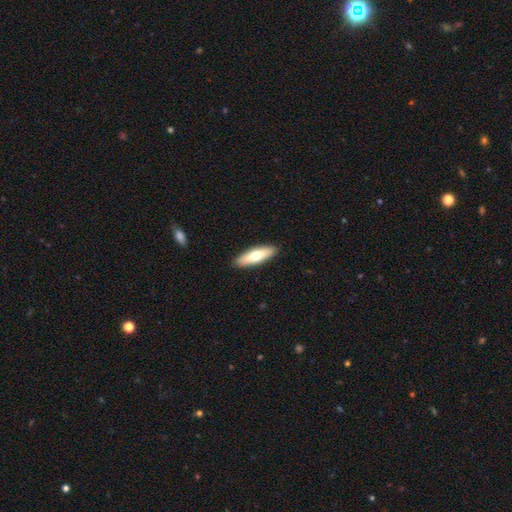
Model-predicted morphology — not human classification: Smooth or featured? Predicted: smooth (p=0.63). How rounded? Predicted: cigar-shaped (p=0.53). Merging? Predicted: none (p=0.90).